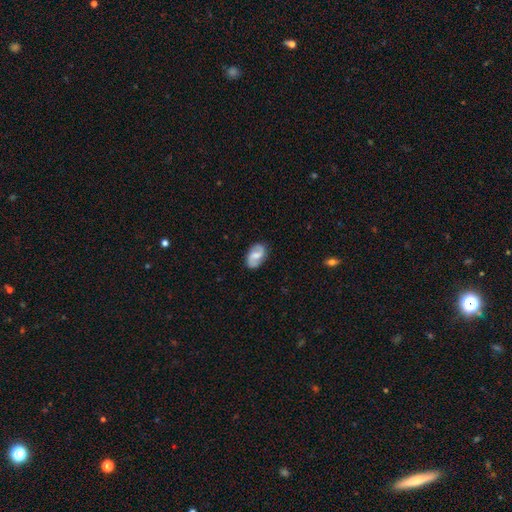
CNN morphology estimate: Smooth or featured? Predicted: featured or disk (p=0.69). Edge-on disk? Predicted: no (p=0.97). Bar? Predicted: weak (p=0.50). Spiral arms? Predicted: yes (p=0.93). Spiral winding? Predicted: medium (p=0.44). Spiral arm count? Predicted: 2 (p=0.90). Bulge size? Predicted: moderate (p=0.51). Merging? Predicted: none (p=0.83).